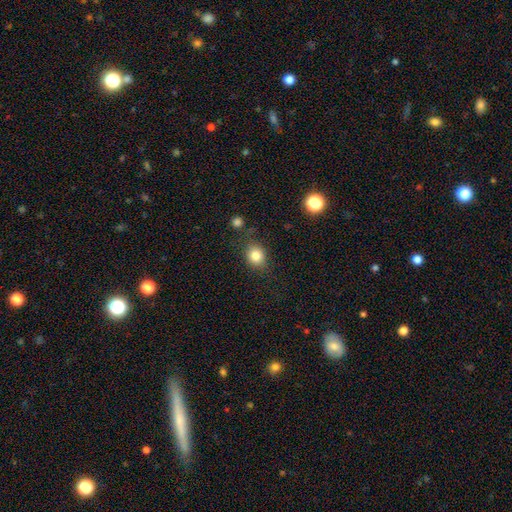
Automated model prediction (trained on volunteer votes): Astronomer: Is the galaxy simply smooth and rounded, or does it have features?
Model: smooth — 82%.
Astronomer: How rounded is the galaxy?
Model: round — 67%.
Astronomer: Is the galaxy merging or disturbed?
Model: none — 80%.